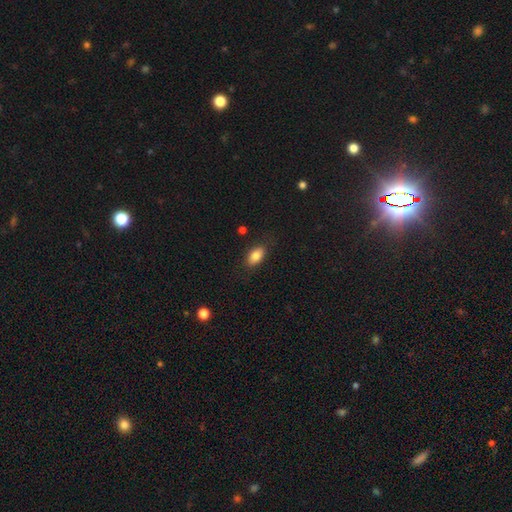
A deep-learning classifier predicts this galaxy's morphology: This appears to be a smooth galaxy with no disk features (83%) that is in between round and cigar-shaped (90%). Merging: none (84%).